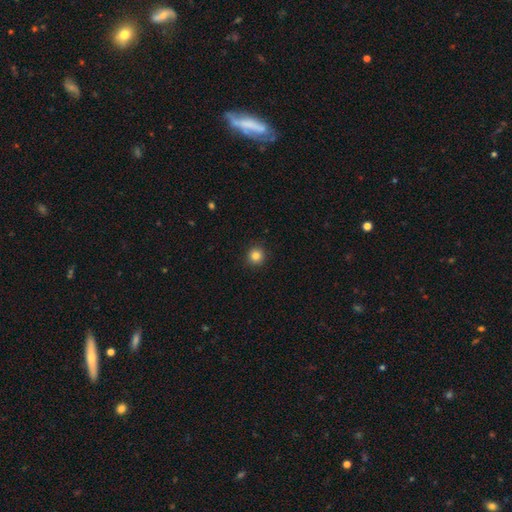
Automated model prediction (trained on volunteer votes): Smooth or featured? Predicted: smooth (p=0.84). How rounded? Predicted: round (p=0.94). Merging? Predicted: none (p=0.92).